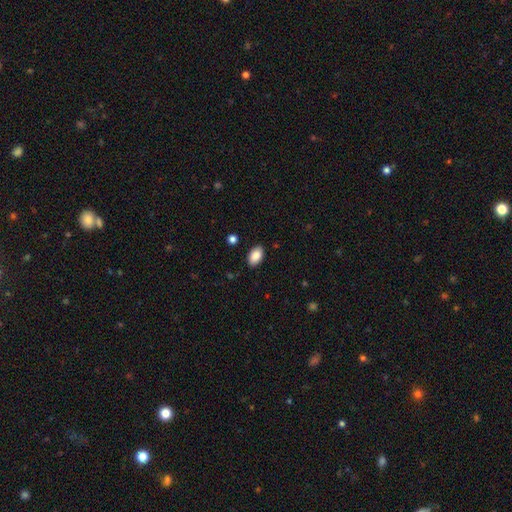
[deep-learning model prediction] smooth 87%, star or artifact 7%, featured or disk 5%. Down the decision tree: how rounded — in between (92%); merging — none (86%).